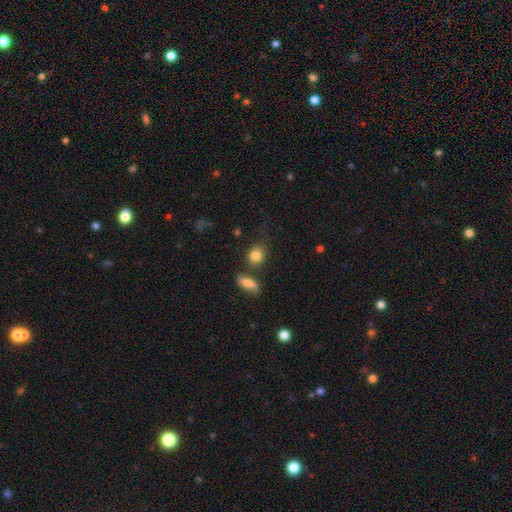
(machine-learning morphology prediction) This is clearly a smooth galaxy (84%). How rounded: likely round (65%). Merging: likely none (72%).